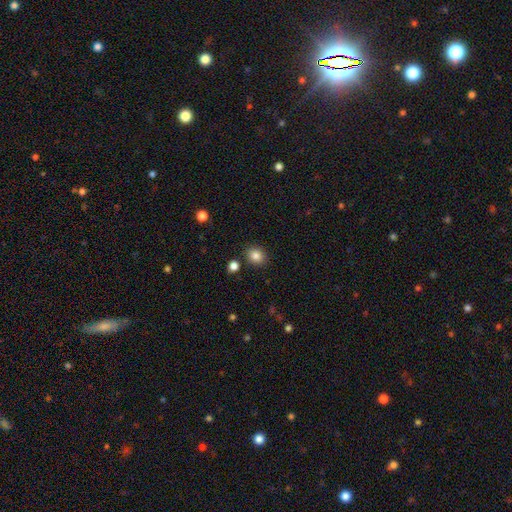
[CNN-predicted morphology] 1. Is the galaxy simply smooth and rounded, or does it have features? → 84% smooth, 11% star or artifact, 5% featured or disk.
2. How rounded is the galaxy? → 65% round, 34% in between, 1% cigar-shaped.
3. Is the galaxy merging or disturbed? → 85% none, 9% minor disturbance, 4% merger, 2% major disturbance.